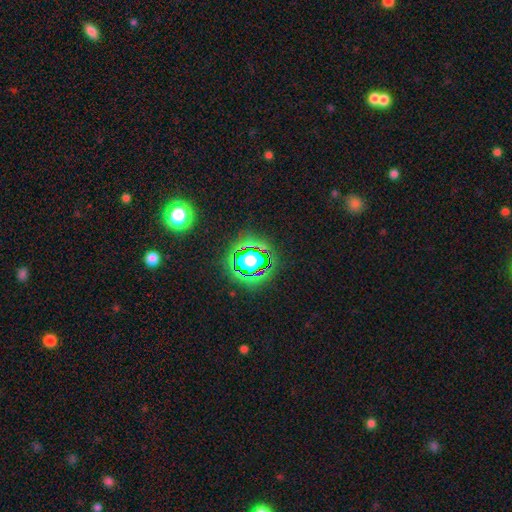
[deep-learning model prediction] star or artifact 79%, smooth 14%, featured or disk 7%.